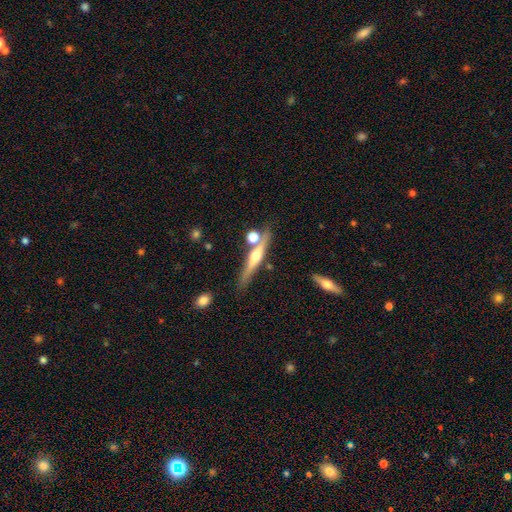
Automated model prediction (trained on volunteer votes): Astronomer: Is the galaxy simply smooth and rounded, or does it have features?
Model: featured or disk — 66%.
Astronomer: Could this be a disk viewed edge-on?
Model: yes — 95%.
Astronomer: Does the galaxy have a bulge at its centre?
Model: rounded — 91%.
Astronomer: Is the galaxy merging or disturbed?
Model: none — 73%.